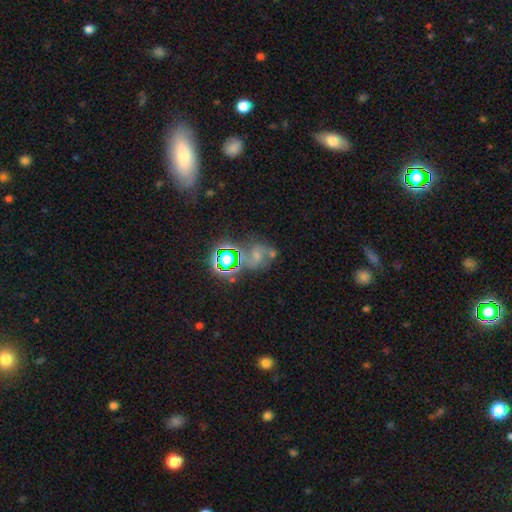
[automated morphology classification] Smooth or featured: featured or disk — 38% (star or artifact — 34%)
Merging: none — 43% (merger — 22%)